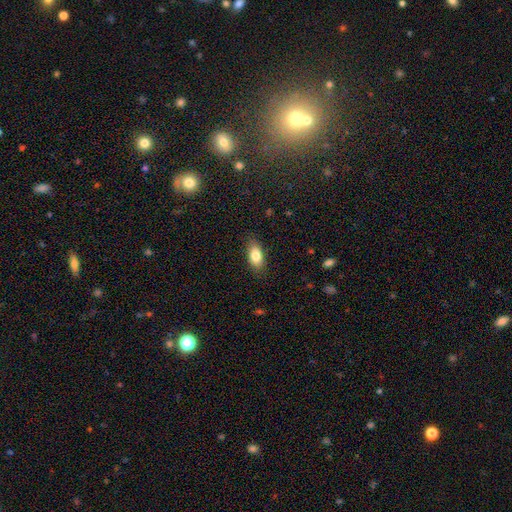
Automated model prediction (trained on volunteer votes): This appears to be a smooth galaxy with no disk features (82%) that is in between round and cigar-shaped (89%). Merging: none (84%).